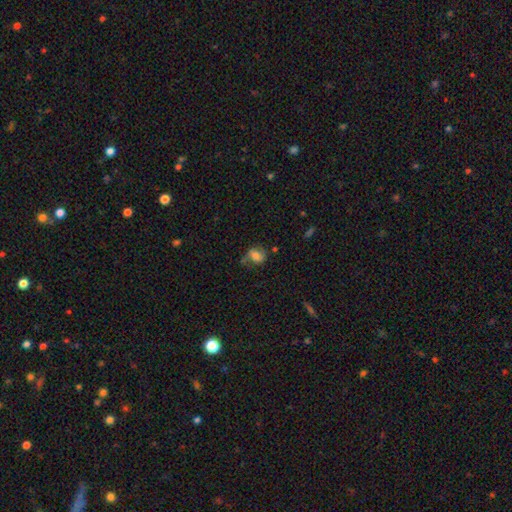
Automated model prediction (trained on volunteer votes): Morphology: type=smooth (63%); roundness=in between (64%); merging=none (53%).